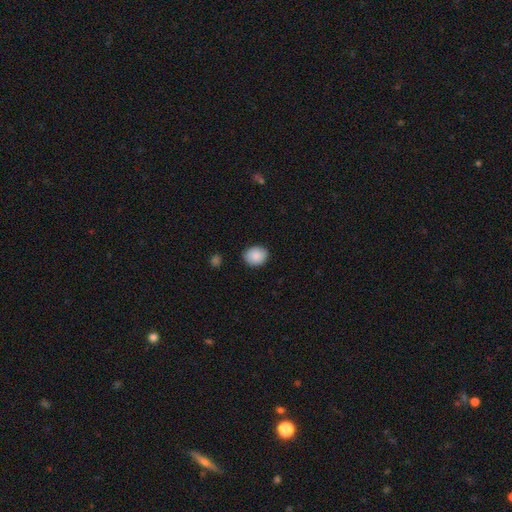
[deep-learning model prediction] A smooth galaxy with no disk features (88%) that is round (67%).

Vote fractions:
- Smooth or featured? smooth: 88% / star or artifact: 7% / featured or disk: 5%
- How rounded? round: 67% / in between: 32% / cigar-shaped: 1%
- Merging? none: 86% / minor disturbance: 10% / major disturbance: 2% / merger: 1%